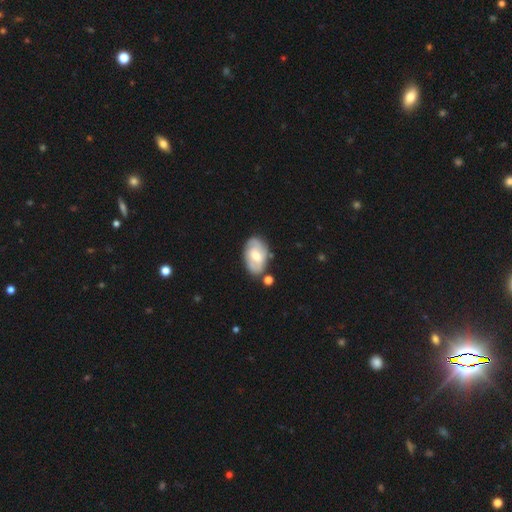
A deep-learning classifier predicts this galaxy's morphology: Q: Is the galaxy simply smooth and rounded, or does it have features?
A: featured or disk — 56%.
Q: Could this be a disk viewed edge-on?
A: no — 94%.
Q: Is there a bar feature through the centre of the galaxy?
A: no — 47%.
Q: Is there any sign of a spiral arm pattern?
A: yes — 68%.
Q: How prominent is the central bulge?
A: moderate — 65%.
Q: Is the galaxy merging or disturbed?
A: none — 69%.